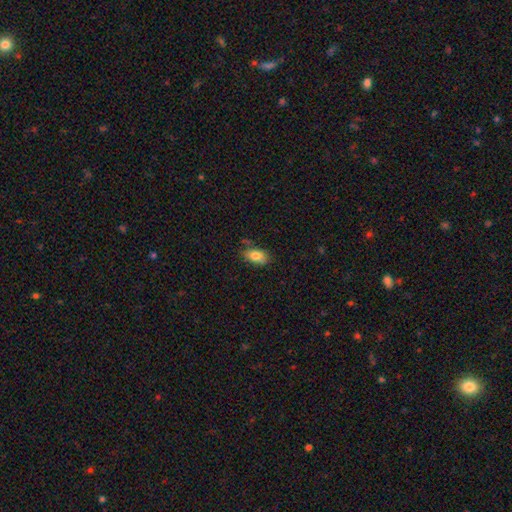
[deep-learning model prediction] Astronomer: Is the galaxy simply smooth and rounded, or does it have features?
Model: smooth — 81%.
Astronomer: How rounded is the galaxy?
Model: in between — 90%.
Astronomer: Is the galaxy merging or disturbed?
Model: none — 71%.